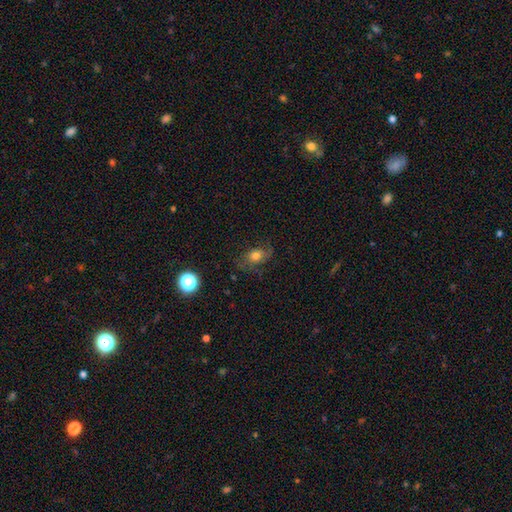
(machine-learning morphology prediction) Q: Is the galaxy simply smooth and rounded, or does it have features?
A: smooth — 63%.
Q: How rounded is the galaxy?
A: in between — 71%.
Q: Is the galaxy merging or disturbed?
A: none — 61%.